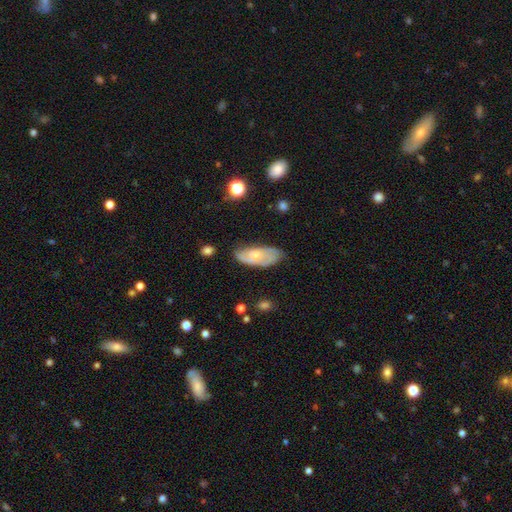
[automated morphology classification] A featured or disk galaxy (51%). Merging: none (63%).